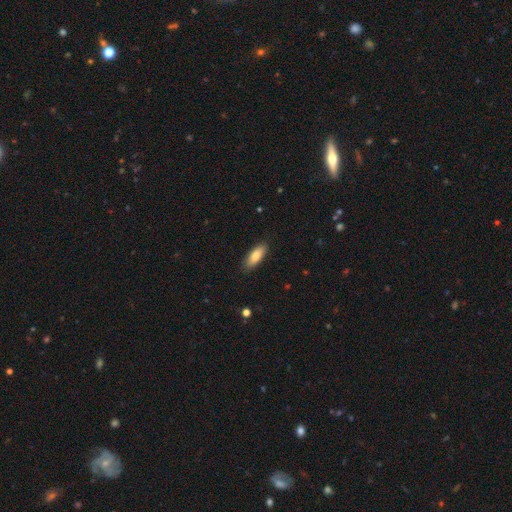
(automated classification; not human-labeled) This appears to be a smooth galaxy with no disk features (83%) that is in between round and cigar-shaped (67%). Merging: none (87%).